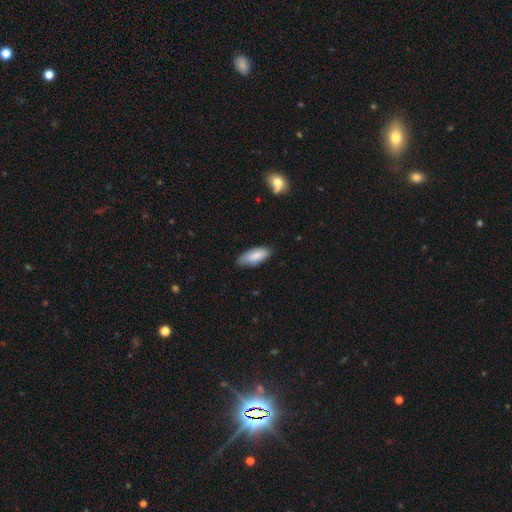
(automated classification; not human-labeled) A smooth galaxy with no disk features (82%) that is in between round and cigar-shaped (79%). Merging: none (70%).